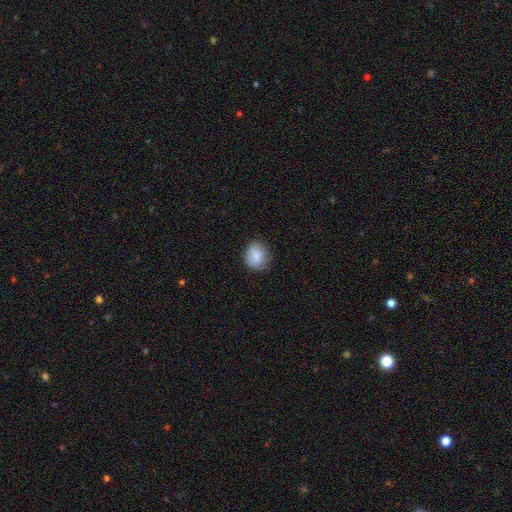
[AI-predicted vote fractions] Smooth or featured? smooth (86%)
How rounded? round (65%)
Merging? none (80%)